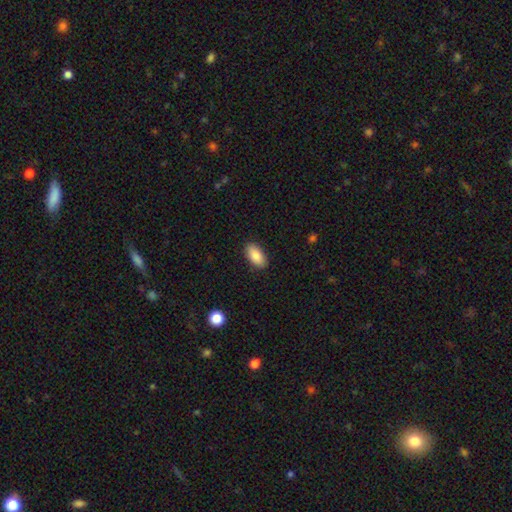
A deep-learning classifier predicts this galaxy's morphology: A smooth galaxy with no disk features (88%) that is in between round and cigar-shaped (93%). Merging: none (88%).